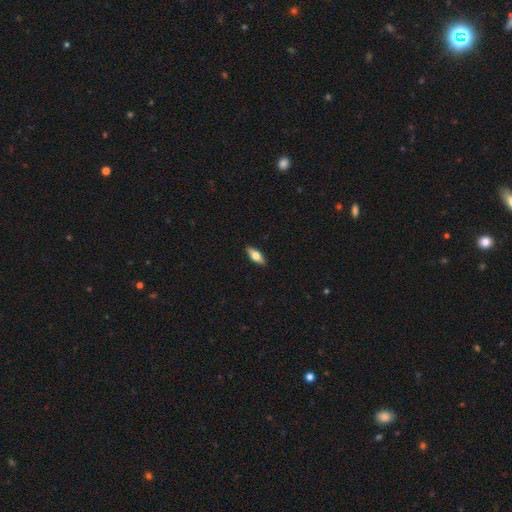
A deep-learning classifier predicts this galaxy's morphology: A smooth galaxy with no disk features (59%) that is in between round and cigar-shaped (68%). Merging: none (90%).